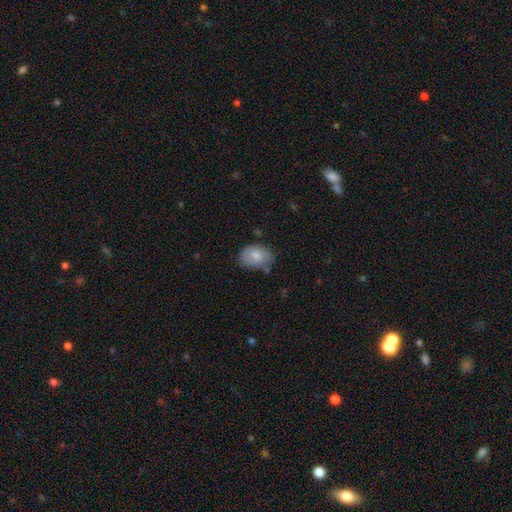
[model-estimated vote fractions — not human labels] Smooth or featured? smooth (68%)
How rounded? in between (75%)
Merging? none (64%)